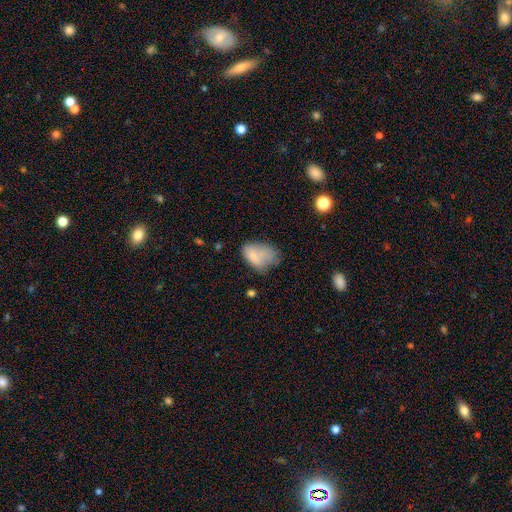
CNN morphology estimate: A smooth galaxy with no disk features (73%) that is in between round and cigar-shaped (88%).

Vote fractions:
- Smooth or featured? smooth: 73% / featured or disk: 17% / star or artifact: 9%
- How rounded? in between: 88% / round: 10% / cigar-shaped: 1%
- Merging? minor disturbance: 34% / none: 30% / major disturbance: 26% / merger: 10%